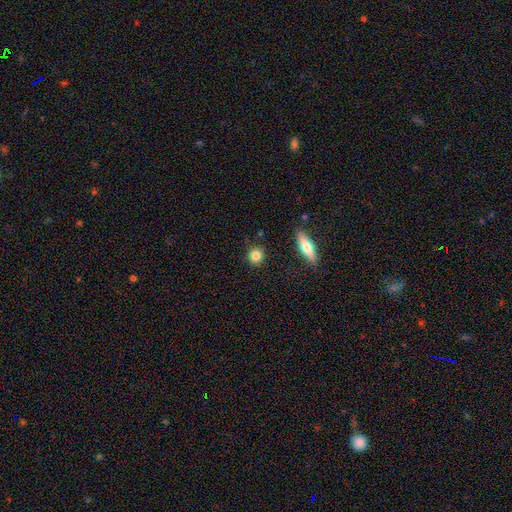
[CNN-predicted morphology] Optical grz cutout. It shows a smooth galaxy with no disk features (84%) that is round (84%). Merging: none (88%).